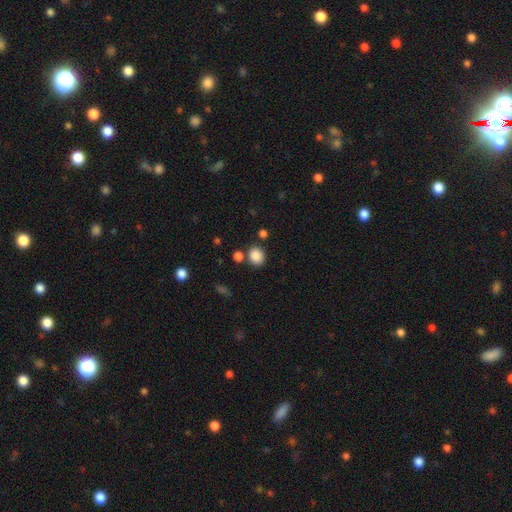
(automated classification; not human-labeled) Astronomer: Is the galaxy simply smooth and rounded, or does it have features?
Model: smooth — 87%.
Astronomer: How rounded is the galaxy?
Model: round — 71%.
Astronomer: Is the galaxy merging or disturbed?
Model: none — 77%.